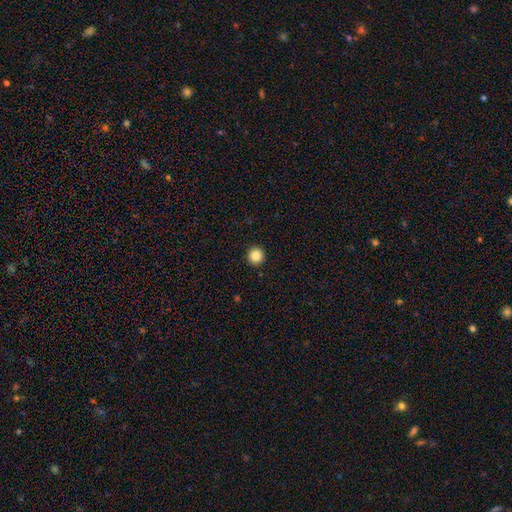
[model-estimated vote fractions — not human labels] The model was most divided on "smooth or featured": smooth: 85%, star or artifact: 10%, featured or disk: 5%. More confident: how rounded — round (95%); merging — none (94%).